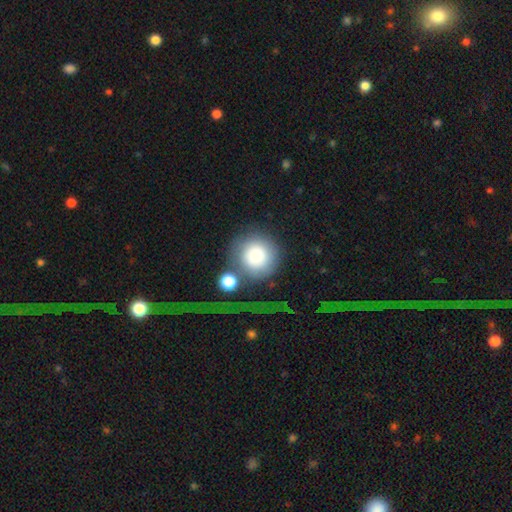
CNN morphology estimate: A smooth galaxy with no disk features (77%) that is round (92%).

Vote fractions:
- Smooth or featured? smooth: 77% / featured or disk: 15% / star or artifact: 8%
- How rounded? round: 92% / in between: 7% / cigar-shaped: 1%
- Merging? none: 42% / major disturbance: 26% / merger: 17% / minor disturbance: 15%